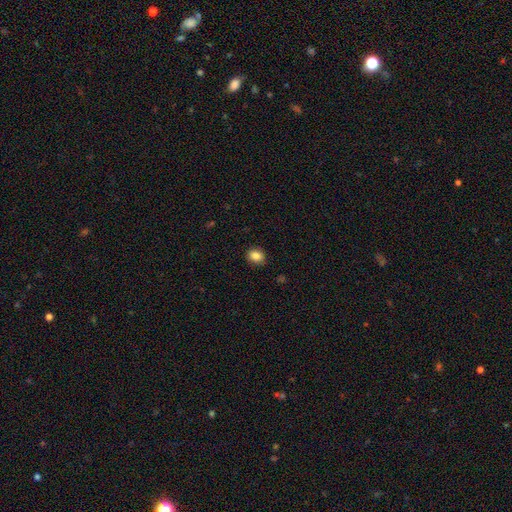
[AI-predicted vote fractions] smooth-or-featured: smooth: 86% | star or artifact: 9% | featured or disk: 4%
  how-rounded: round: 53% | in between: 46% | cigar-shaped: 1%
  merging: none: 88% | minor disturbance: 9% | major disturbance: 2% | merger: 1%